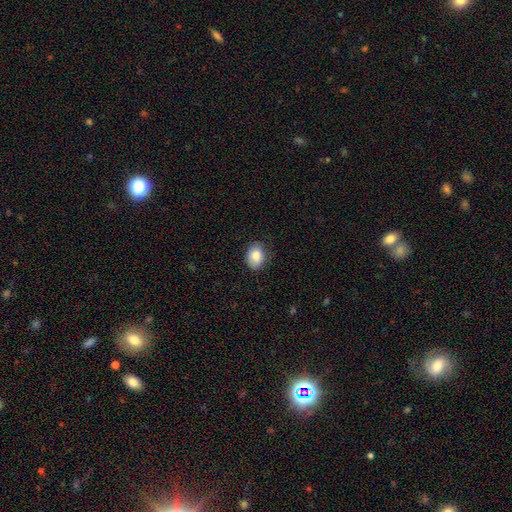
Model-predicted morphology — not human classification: Smooth or featured?
  - smooth: 85% *
  - star or artifact: 8%
  - featured or disk: 7%
How rounded?
  - in between: 67% *
  - round: 32%
  - cigar-shaped: 1%
Merging?
  - none: 79% *
  - minor disturbance: 17%
  - major disturbance: 3%
  - merger: 1%